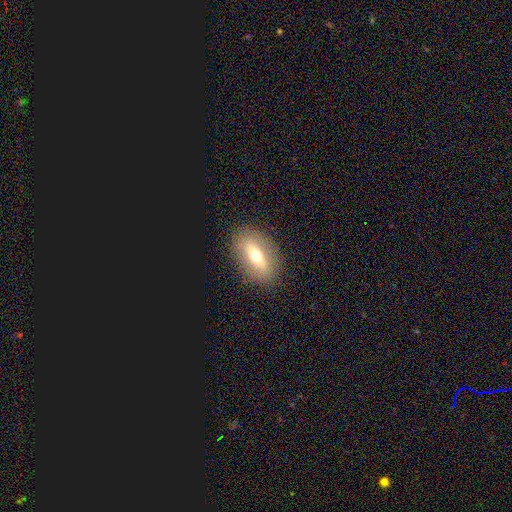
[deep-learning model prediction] Smooth or featured? Predicted: smooth (p=0.53). How rounded? Predicted: in between (p=0.79). Merging? Predicted: none (p=0.87).